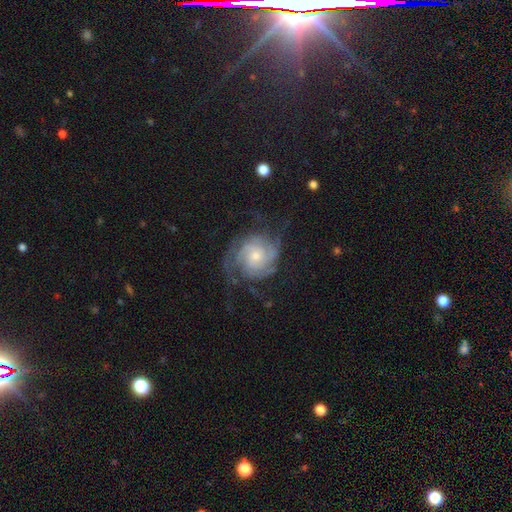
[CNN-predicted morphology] type=featured or disk (86%); edge-on=no (98%); bar=no (71%); spiral arms=yes (96%); winding=tight (61%); arm count=2 (34%); bulge=small (53%); merging=none (65%).